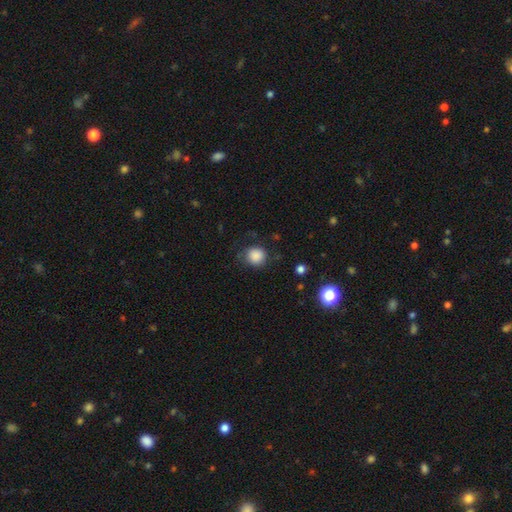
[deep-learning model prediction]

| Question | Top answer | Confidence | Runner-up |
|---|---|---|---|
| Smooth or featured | smooth | 87% | star or artifact (10%) |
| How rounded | round | 86% | in between (14%) |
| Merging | none | 76% | minor disturbance (17%) |